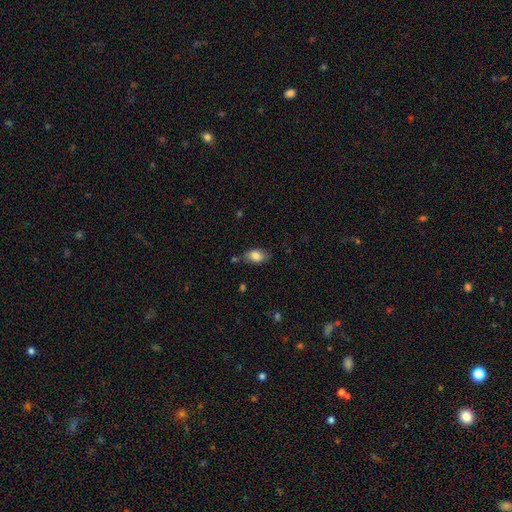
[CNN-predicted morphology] smooth_or_featured: smooth (p=0.82) [alt: featured or disk p=0.10]
how_rounded: in between (p=0.87) [alt: round p=0.10]
merging: none (p=0.69) [alt: minor disturbance p=0.21]